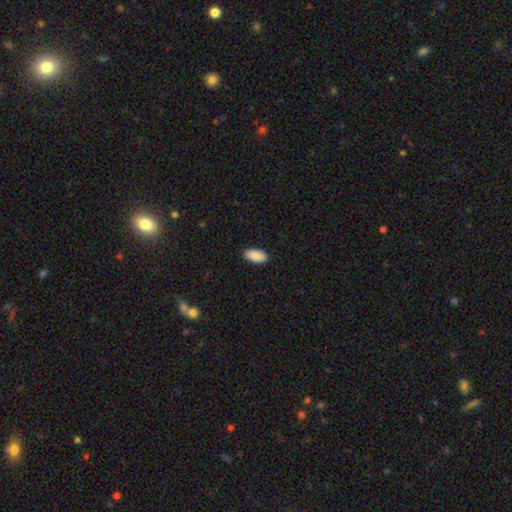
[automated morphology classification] smooth 91%, star or artifact 6%, featured or disk 3%. Down the decision tree: how rounded — in between (94%); merging — none (90%).